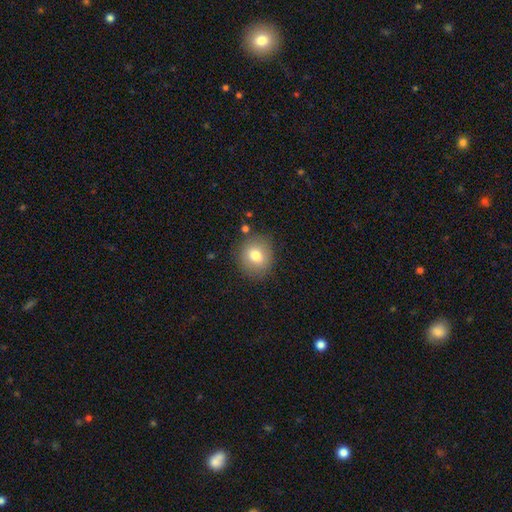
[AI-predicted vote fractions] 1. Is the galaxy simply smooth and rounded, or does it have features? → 77% smooth, 13% featured or disk, 10% star or artifact.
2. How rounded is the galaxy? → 78% round, 21% in between, 1% cigar-shaped.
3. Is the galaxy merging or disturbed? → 83% none, 11% minor disturbance, 3% major disturbance, 2% merger.